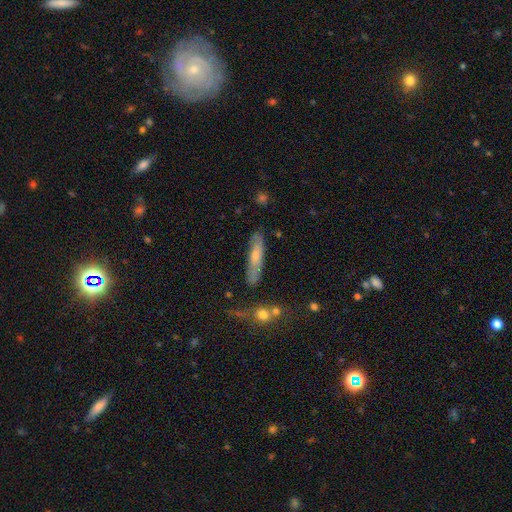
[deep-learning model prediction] Smooth or featured? Predicted: smooth (p=0.57). How rounded? Predicted: cigar-shaped (p=0.81). Merging? Predicted: none (p=0.72).